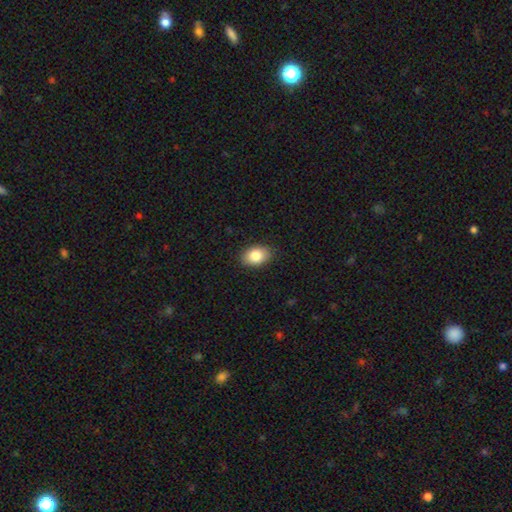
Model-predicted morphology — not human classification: This is clearly a smooth galaxy (84%). How rounded: clearly in between (83%). Merging: clearly none (88%).